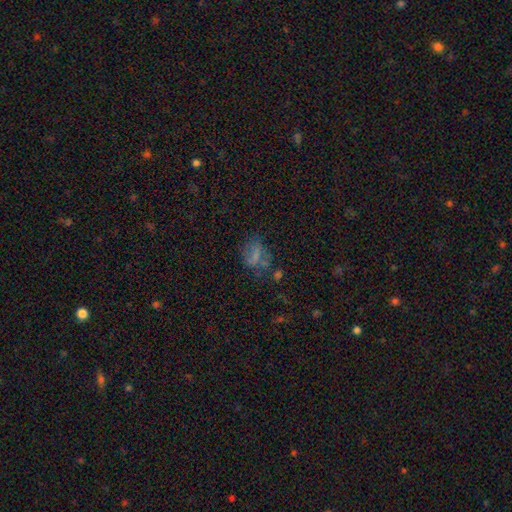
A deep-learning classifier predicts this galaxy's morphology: Smooth or featured?
  - smooth: 52% *
  - featured or disk: 25%
  - star or artifact: 23%
How rounded?
  - in between: 67% *
  - round: 30%
  - cigar-shaped: 3%
Merging?
  - none: 48% *
  - minor disturbance: 22%
  - major disturbance: 21%
  - merger: 9%